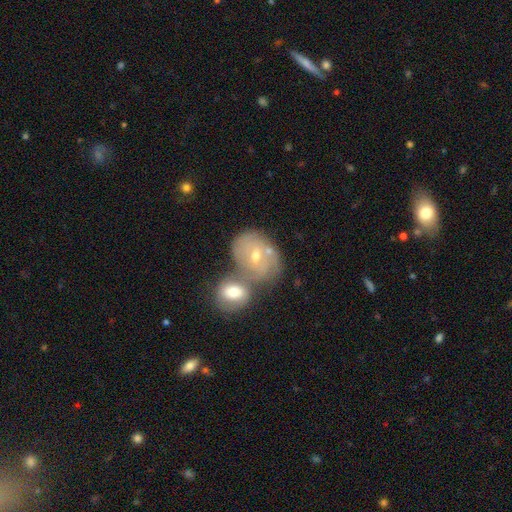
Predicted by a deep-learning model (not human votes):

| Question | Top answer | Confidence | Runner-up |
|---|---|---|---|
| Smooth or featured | featured or disk | 53% | smooth (37%) |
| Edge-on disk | no | 94% | yes (6%) |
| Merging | merger | 52% | none (32%) |